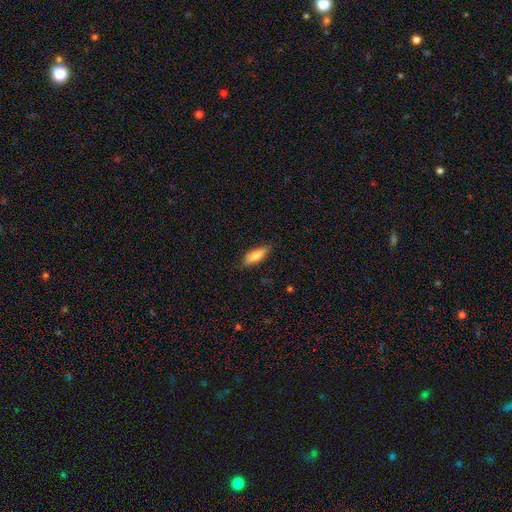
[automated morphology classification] Smooth or featured?
  - smooth: 70% *
  - featured or disk: 23%
  - star or artifact: 6%
How rounded?
  - in between: 52% *
  - cigar-shaped: 46%
  - round: 2%
Merging?
  - none: 82% *
  - minor disturbance: 14%
  - major disturbance: 3%
  - merger: 1%